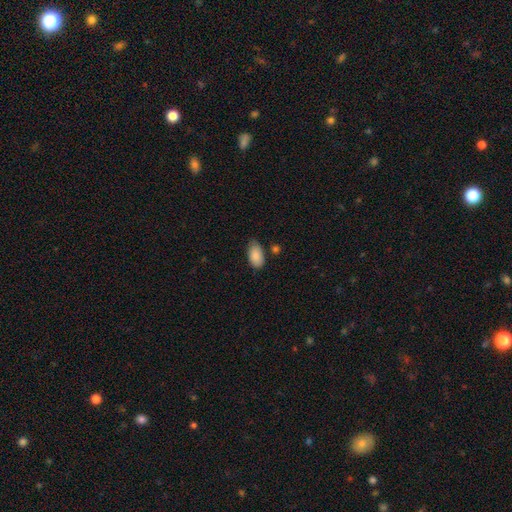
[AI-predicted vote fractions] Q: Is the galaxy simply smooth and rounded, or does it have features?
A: smooth — 88%.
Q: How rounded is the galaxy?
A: in between — 94%.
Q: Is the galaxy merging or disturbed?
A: none — 71%.